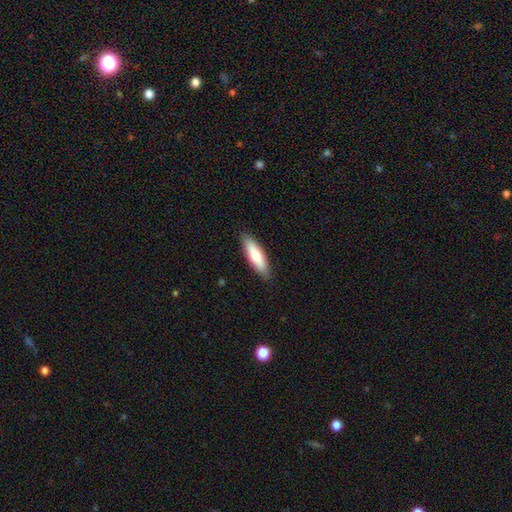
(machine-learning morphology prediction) A smooth galaxy with no disk features (74%) that is cigar-shaped (54%).

Vote fractions:
- Smooth or featured? smooth: 74% / featured or disk: 21% / star or artifact: 6%
- How rounded? cigar-shaped: 54% / in between: 44% / round: 2%
- Merging? none: 88% / minor disturbance: 10% / major disturbance: 2% / merger: 1%